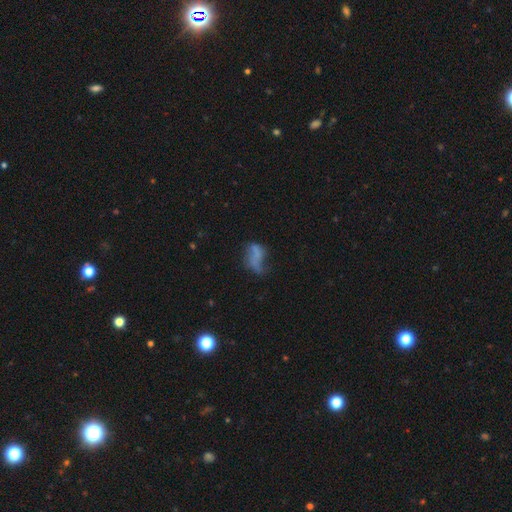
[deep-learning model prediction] This is possibly a smooth galaxy (46%). Merging: marginally major disturbance (38%).